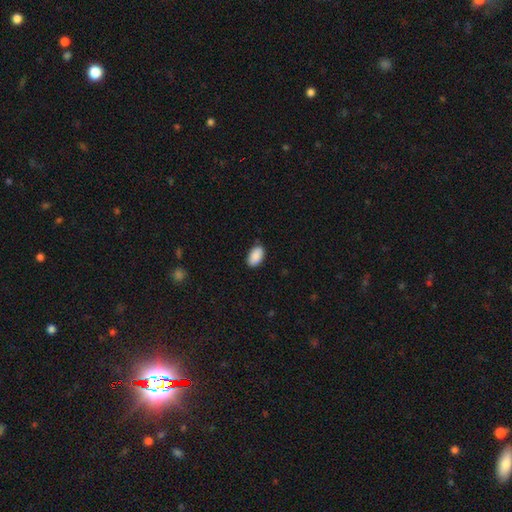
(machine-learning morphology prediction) smooth-or-featured: smooth: 89% | star or artifact: 6% | featured or disk: 4%
  how-rounded: in between: 95% | round: 4% | cigar-shaped: 2%
  merging: none: 80% | minor disturbance: 16% | major disturbance: 2% | merger: 1%